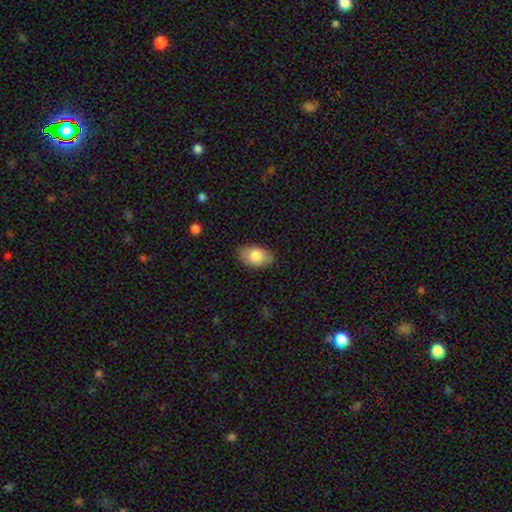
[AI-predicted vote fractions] A smooth galaxy with no disk features (83%) that is in between round and cigar-shaped (92%). Merging: none (84%).